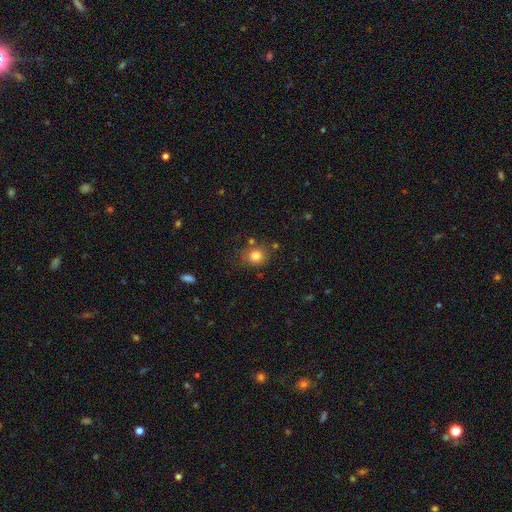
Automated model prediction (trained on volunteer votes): Smooth or featured?
  - smooth: 81% *
  - star or artifact: 11%
  - featured or disk: 8%
How rounded?
  - round: 77% *
  - in between: 22%
  - cigar-shaped: 1%
Merging?
  - none: 72% *
  - minor disturbance: 16%
  - merger: 6%
  - major disturbance: 5%